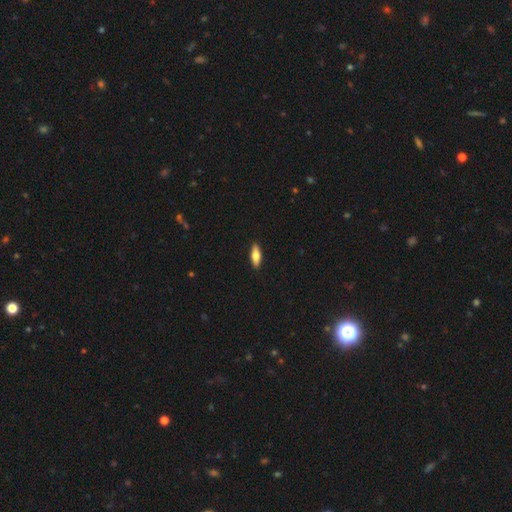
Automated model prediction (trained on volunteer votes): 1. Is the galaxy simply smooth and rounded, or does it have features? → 64% smooth, 31% featured or disk, 6% star or artifact.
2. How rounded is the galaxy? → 56% in between, 42% cigar-shaped, 3% round.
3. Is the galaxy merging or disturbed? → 91% none, 7% minor disturbance, 2% major disturbance, 1% merger.